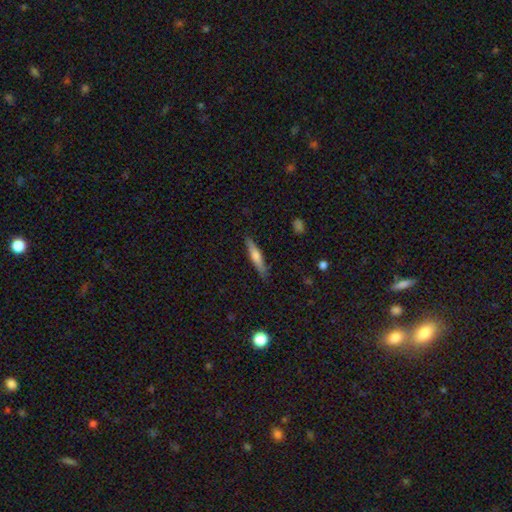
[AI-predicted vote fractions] smooth_or_featured: smooth (p=0.52) [alt: featured or disk p=0.42]
how_rounded: cigar-shaped (p=0.89) [alt: in between p=0.10]
merging: none (p=0.88) [alt: minor disturbance p=0.09]